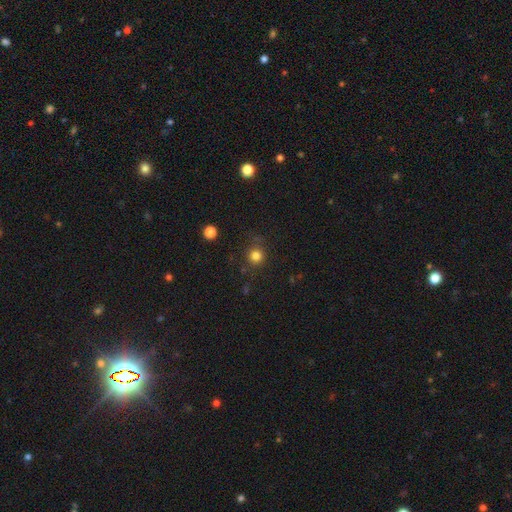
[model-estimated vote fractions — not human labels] smooth 81%, star or artifact 14%, featured or disk 5%. Down the decision tree: how rounded — round (92%); merging — none (83%).